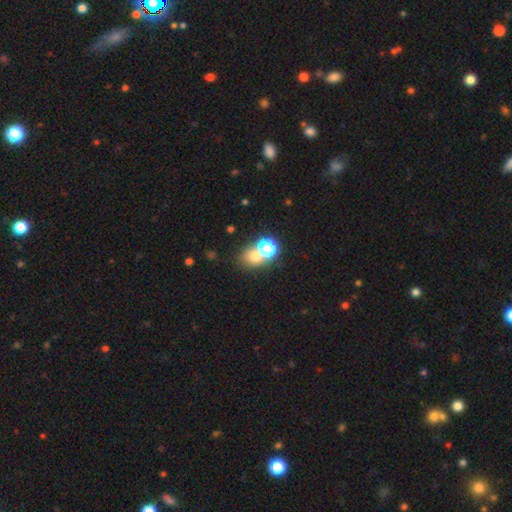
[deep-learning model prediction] Q: Smooth or featured?
A: smooth (66%); runner-up: star or artifact (22%)
Q: How rounded?
A: round (71%); runner-up: in between (28%)
Q: Merging?
A: none (45%); runner-up: merger (42%)